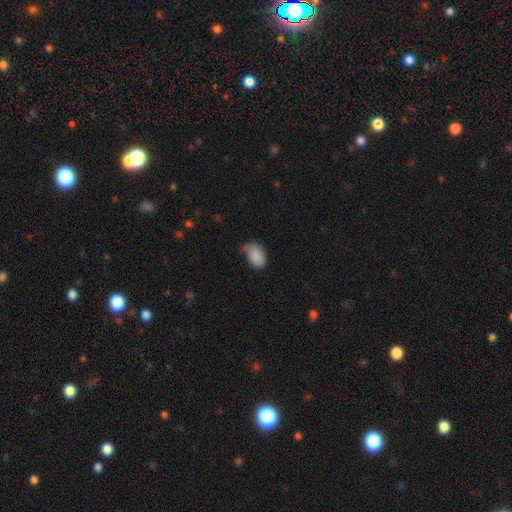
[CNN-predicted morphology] A smooth galaxy with no disk features (84%) that is in between round and cigar-shaped (89%). Merging: none (46%).